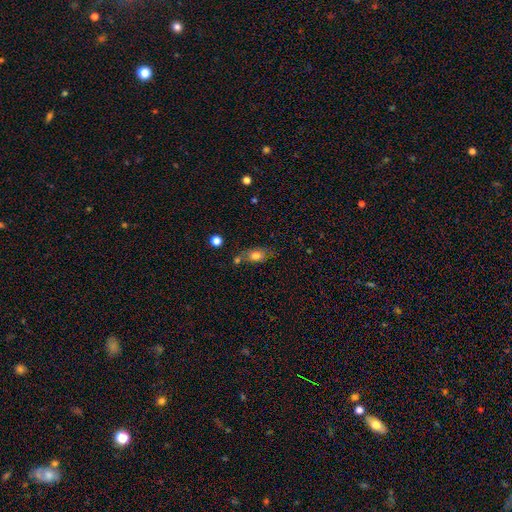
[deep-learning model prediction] A smooth galaxy with no disk features (74%) that is in between round and cigar-shaped (76%).

Vote fractions:
- Smooth or featured? smooth: 74% / featured or disk: 16% / star or artifact: 10%
- How rounded? in between: 76% / round: 16% / cigar-shaped: 8%
- Merging? none: 54% / minor disturbance: 20% / merger: 18% / major disturbance: 7%